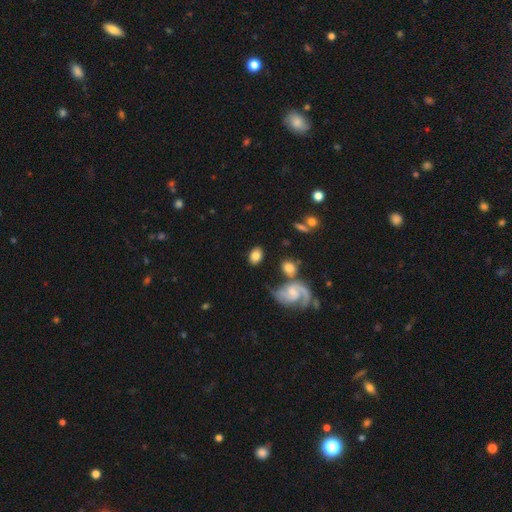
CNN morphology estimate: Overall: smooth (73%). How rounded: in between (77%). Merging: none (76%).